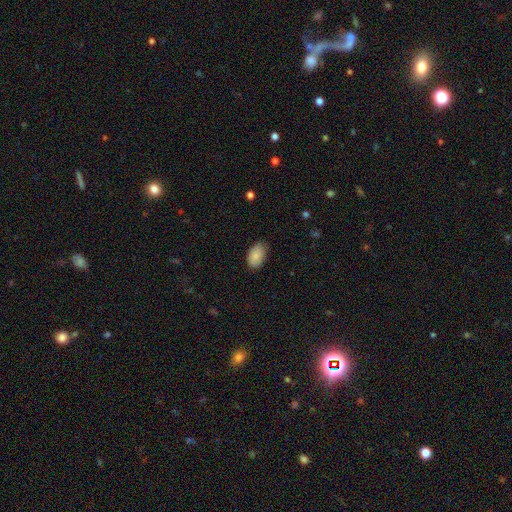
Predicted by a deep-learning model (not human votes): This appears to be a smooth galaxy with no disk features (87%) that is in between round and cigar-shaped (92%). Merging: none (74%).